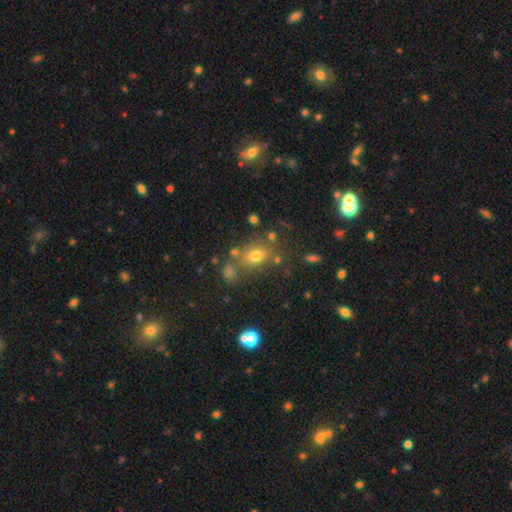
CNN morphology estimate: smooth_or_featured: smooth (p=0.70) [alt: star or artifact p=0.19]
how_rounded: in between (p=0.51) [alt: round p=0.47]
merging: none (p=0.70) [alt: minor disturbance p=0.14]